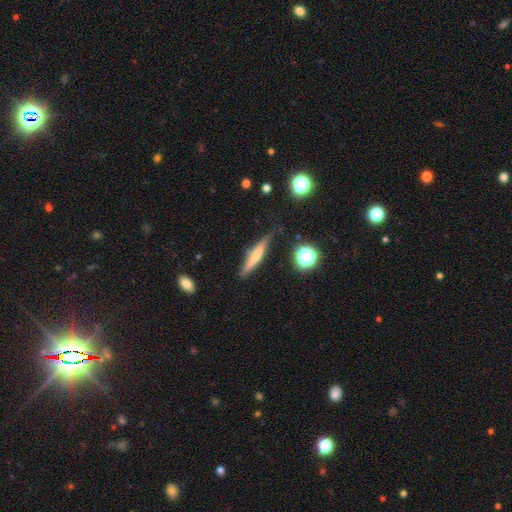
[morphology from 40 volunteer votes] featured or disk 50%, smooth 38%, star or artifact 12%. Down the decision tree: edge-on disk — yes (90%); edge-on bulge — none (56%); merging — none (63%).